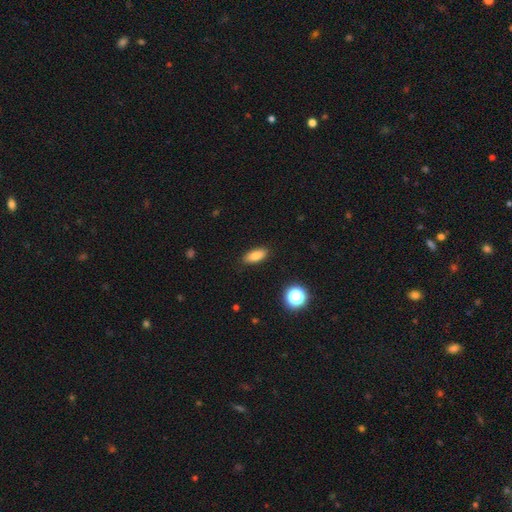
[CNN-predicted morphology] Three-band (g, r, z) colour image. It shows a smooth galaxy with no disk features (83%) that is in between round and cigar-shaped (80%). Merging: none (88%).